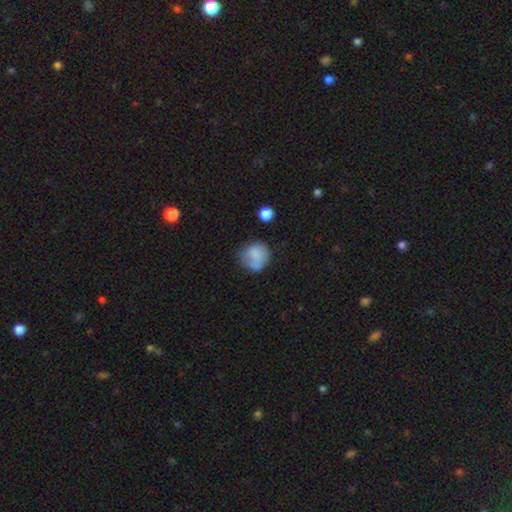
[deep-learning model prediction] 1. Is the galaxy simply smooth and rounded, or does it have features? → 74% smooth, 17% featured or disk, 9% star or artifact.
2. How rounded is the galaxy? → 80% round, 19% in between, 1% cigar-shaped.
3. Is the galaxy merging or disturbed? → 49% none, 29% minor disturbance, 14% major disturbance, 9% merger.